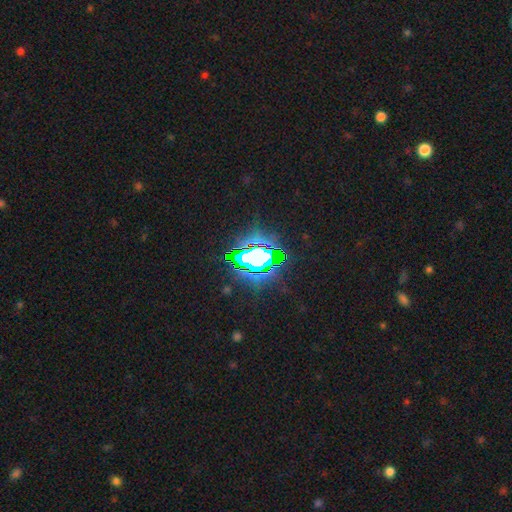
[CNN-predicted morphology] star or artifact 72%, smooth 15%, featured or disk 13%.